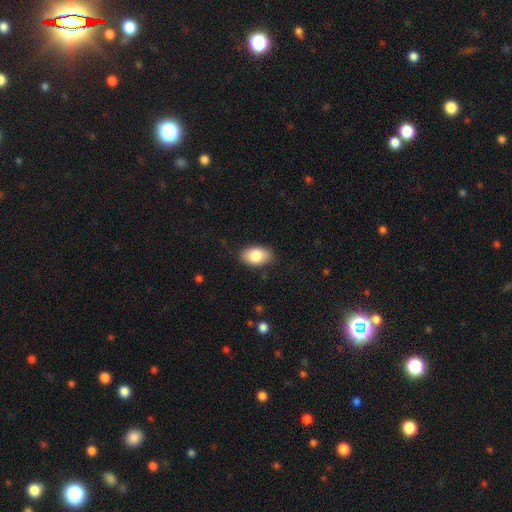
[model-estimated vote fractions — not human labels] This appears to be a smooth galaxy with no disk features (83%) that is in between round and cigar-shaped (90%). Merging: none (86%).